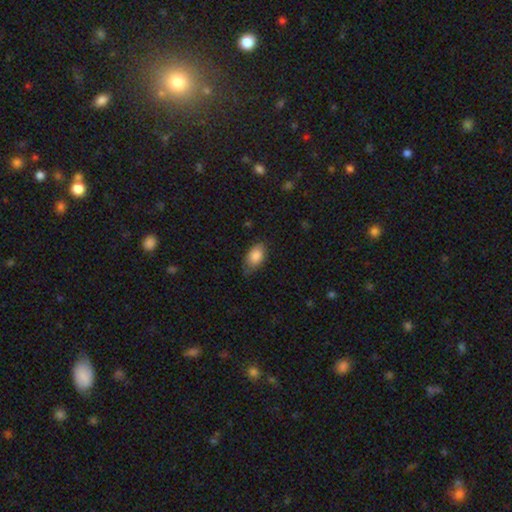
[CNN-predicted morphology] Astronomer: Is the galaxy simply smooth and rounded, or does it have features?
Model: smooth — 85%.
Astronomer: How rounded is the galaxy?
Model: in between — 92%.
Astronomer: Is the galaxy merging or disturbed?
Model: none — 64%.